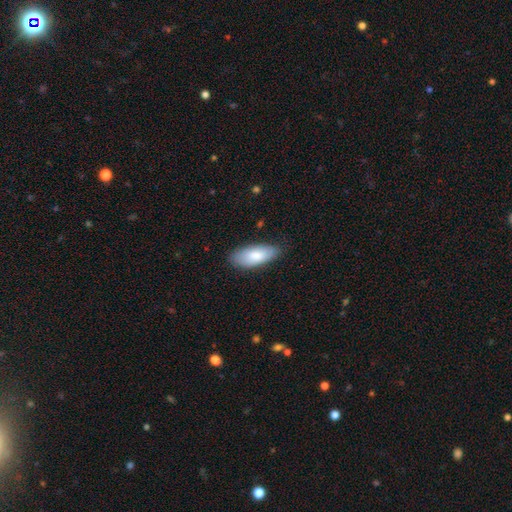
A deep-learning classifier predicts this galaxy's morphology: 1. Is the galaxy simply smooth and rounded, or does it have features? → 81% smooth, 13% featured or disk, 6% star or artifact.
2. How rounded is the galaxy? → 84% in between, 14% cigar-shaped, 2% round.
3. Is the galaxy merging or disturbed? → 80% none, 16% minor disturbance, 3% major disturbance, 1% merger.